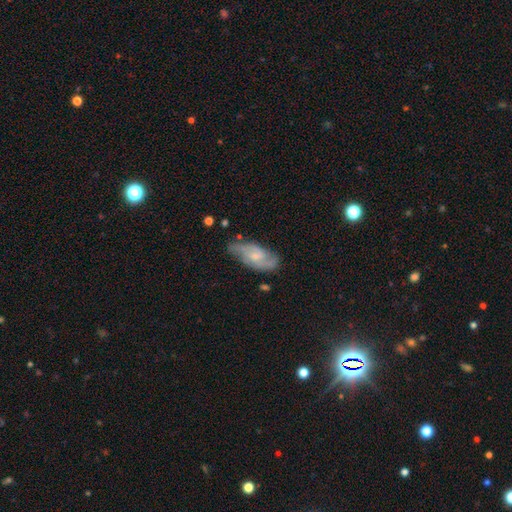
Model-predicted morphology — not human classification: Smooth or featured? featured or disk (74%)
Edge-on disk? no (94%)
Bar? no (49%)
Spiral arms? yes (93%)
Spiral winding? medium (49%)
Spiral arm count? 2 (75%)
Bulge size? small (56%)
Merging? none (69%)